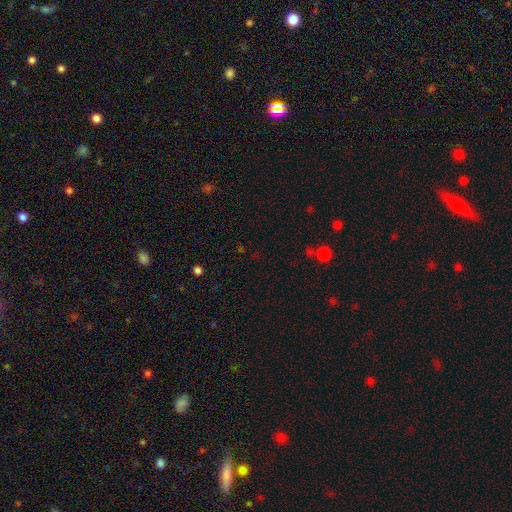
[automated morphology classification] Q: Smooth or featured?
A: star or artifact (62%); runner-up: smooth (30%)